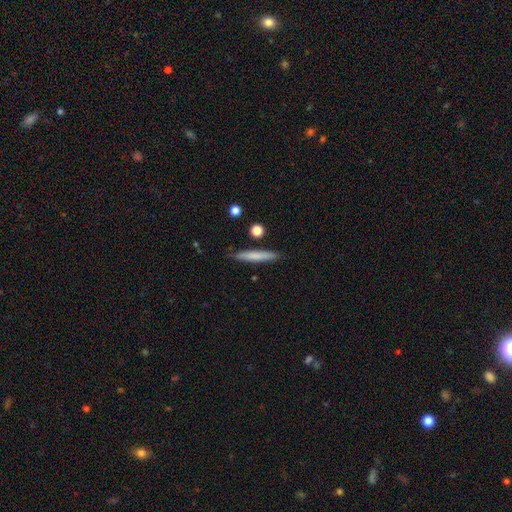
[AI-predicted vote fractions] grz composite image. It shows a smooth galaxy with no disk features (72%) that is cigar-shaped (94%). Merging: none (85%).